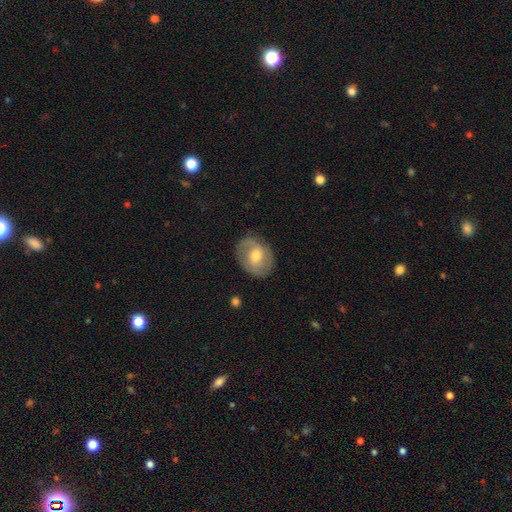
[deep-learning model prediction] Q: Smooth or featured?
A: featured or disk (60%); runner-up: smooth (33%)
Q: Edge-on disk?
A: no (96%); runner-up: yes (4%)
Q: Bar?
A: no (52%); runner-up: weak (39%)
Q: Spiral arms?
A: yes (79%); runner-up: no (21%)
Q: Bulge size?
A: moderate (69%); runner-up: small (21%)
Q: Merging?
A: none (79%); runner-up: minor disturbance (15%)